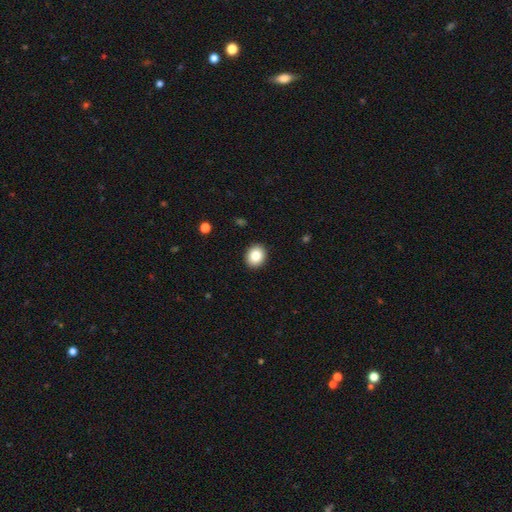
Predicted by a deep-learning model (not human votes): smooth-or-featured: smooth: 84% | star or artifact: 9% | featured or disk: 7%
  how-rounded: round: 67% | in between: 32% | cigar-shaped: 1%
  merging: none: 92% | minor disturbance: 6% | major disturbance: 2% | merger: 1%